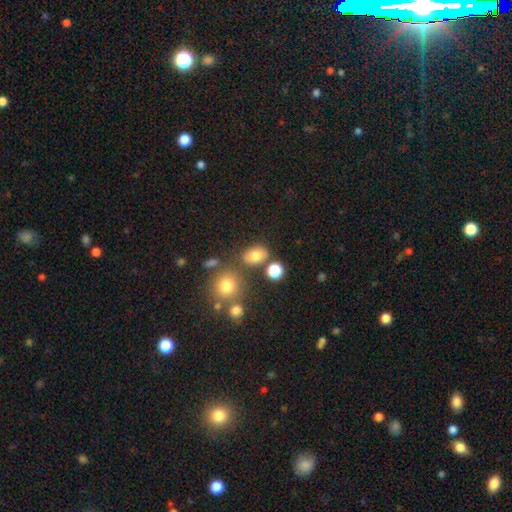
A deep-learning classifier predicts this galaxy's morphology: A smooth galaxy with no disk features (77%) that is in between round and cigar-shaped (69%).

Vote fractions:
- Smooth or featured? smooth: 77% / star or artifact: 13% / featured or disk: 10%
- How rounded? in between: 69% / round: 30% / cigar-shaped: 1%
- Merging? none: 73% / minor disturbance: 13% / merger: 10% / major disturbance: 4%